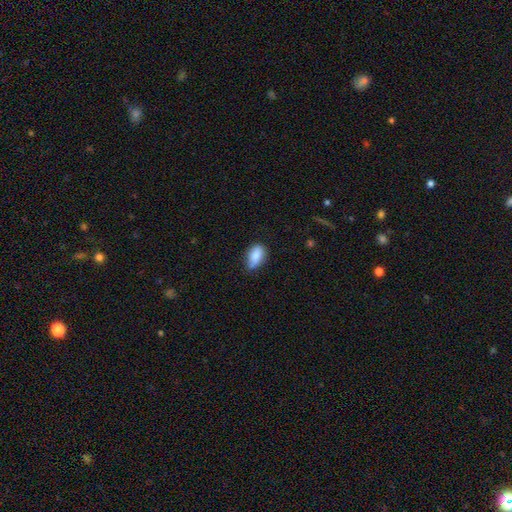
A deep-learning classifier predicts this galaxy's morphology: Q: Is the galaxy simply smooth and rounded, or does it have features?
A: smooth — 81%.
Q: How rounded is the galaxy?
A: in between — 89%.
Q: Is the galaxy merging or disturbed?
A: none — 63%.